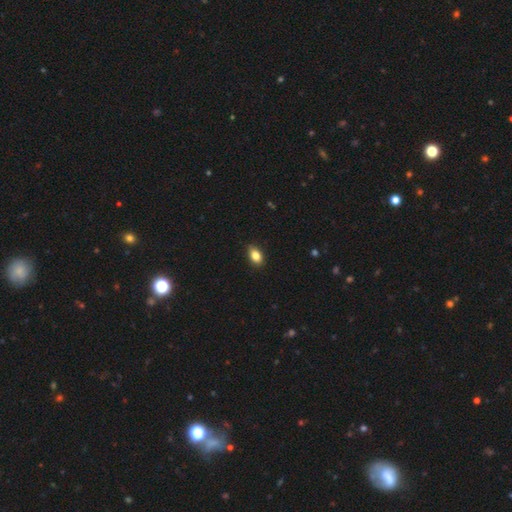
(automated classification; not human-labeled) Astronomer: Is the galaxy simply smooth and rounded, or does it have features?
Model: smooth — 85%.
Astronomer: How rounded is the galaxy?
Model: in between — 87%.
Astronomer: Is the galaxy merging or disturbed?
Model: none — 87%.